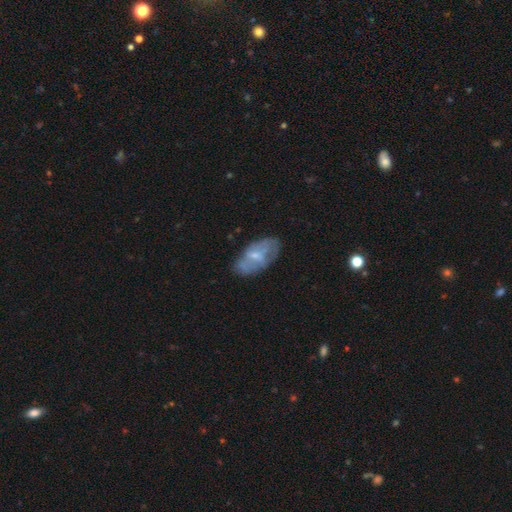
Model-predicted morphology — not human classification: type=featured or disk (51%); edge-on=no (92%); merging=none (61%).